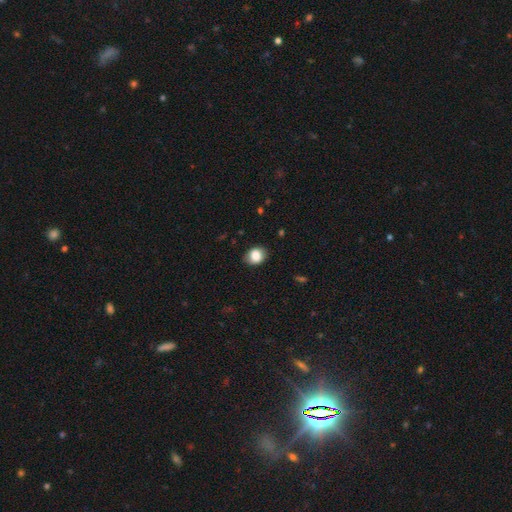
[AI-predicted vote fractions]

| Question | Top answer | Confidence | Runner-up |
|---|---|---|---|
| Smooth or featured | smooth | 83% | star or artifact (8%) |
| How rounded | round | 50% | in between (49%) |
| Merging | none | 84% | minor disturbance (12%) |